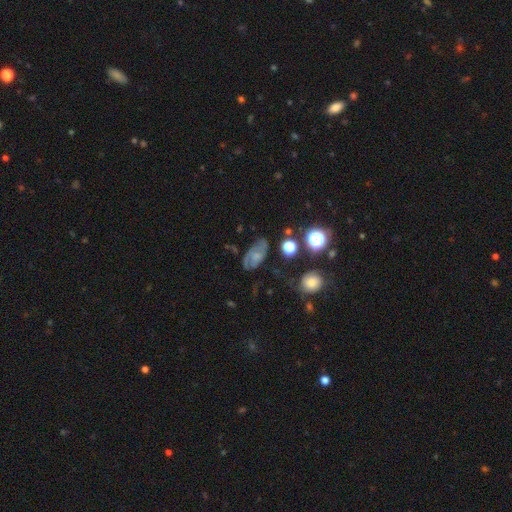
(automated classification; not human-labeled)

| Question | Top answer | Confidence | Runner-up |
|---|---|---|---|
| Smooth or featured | featured or disk | 51% | smooth (36%) |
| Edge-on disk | no | 94% | yes (6%) |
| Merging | none | 57% | minor disturbance (25%) |